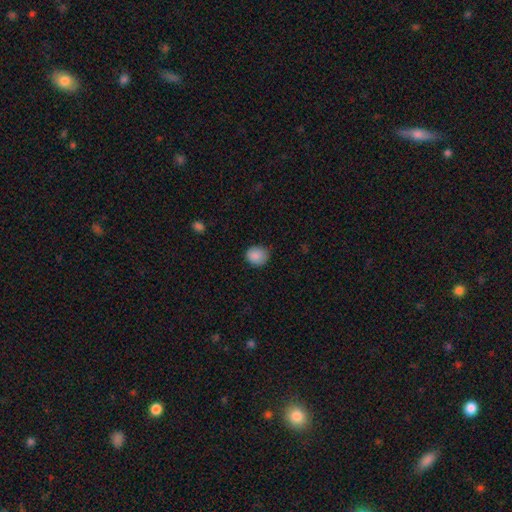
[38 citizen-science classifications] Overall: smooth (92%). How rounded: round (89%). Merging: none (76%).